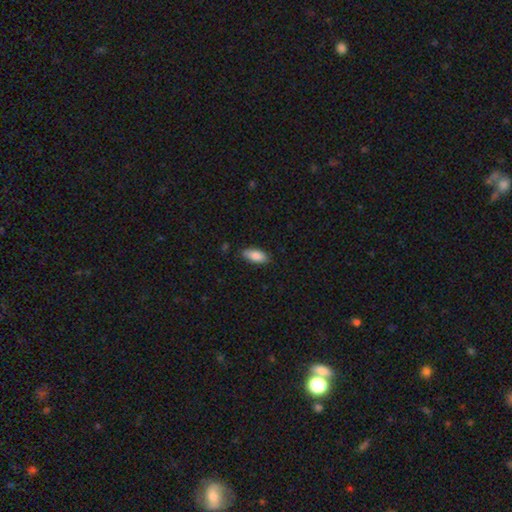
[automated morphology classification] A smooth galaxy with no disk features (86%) that is in between round and cigar-shaped (84%).

Vote fractions:
- Smooth or featured? smooth: 86% / featured or disk: 8% / star or artifact: 6%
- How rounded? in between: 84% / cigar-shaped: 14% / round: 2%
- Merging? none: 83% / minor disturbance: 14% / major disturbance: 2% / merger: 1%